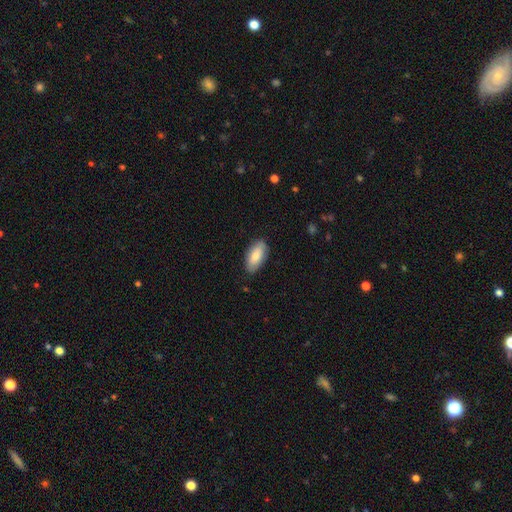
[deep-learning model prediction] A smooth galaxy with no disk features (82%) that is in between round and cigar-shaped (92%). Merging: none (82%).